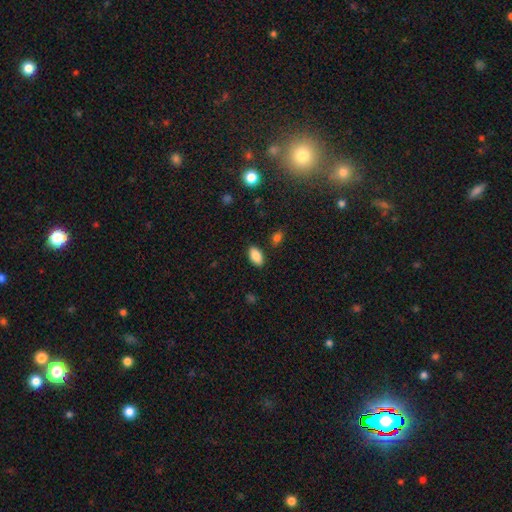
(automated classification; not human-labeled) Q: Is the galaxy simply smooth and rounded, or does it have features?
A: smooth — 86%.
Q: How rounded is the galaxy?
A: in between — 93%.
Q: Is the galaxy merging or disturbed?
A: none — 86%.